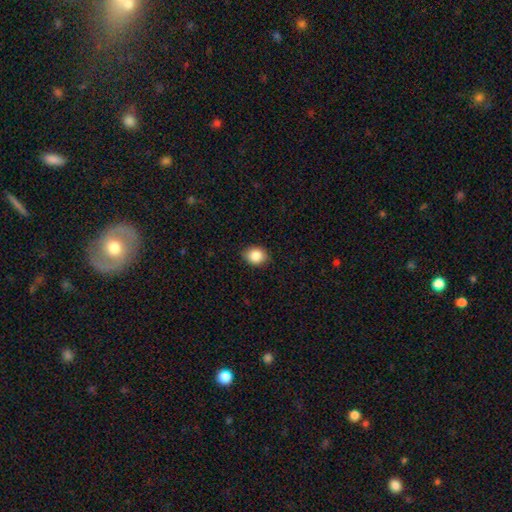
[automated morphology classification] This is clearly a smooth galaxy (87%). How rounded: possibly round (55%). Merging: clearly none (86%).